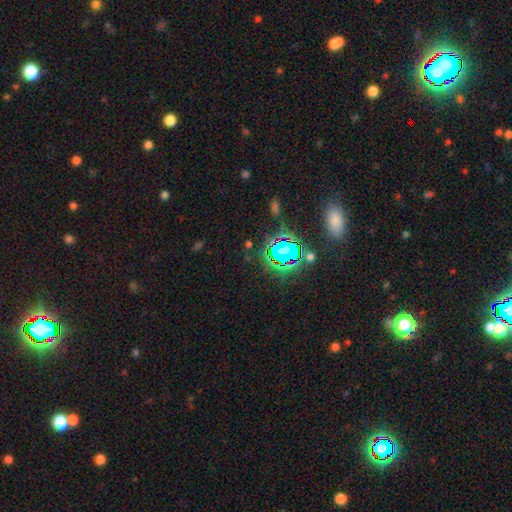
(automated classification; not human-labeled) Smooth or featured: star or artifact — 75% (smooth — 16%)